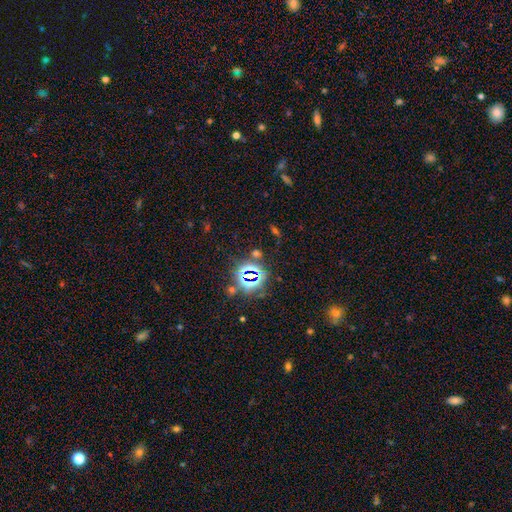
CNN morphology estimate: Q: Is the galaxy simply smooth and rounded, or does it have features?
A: star or artifact — 77%.